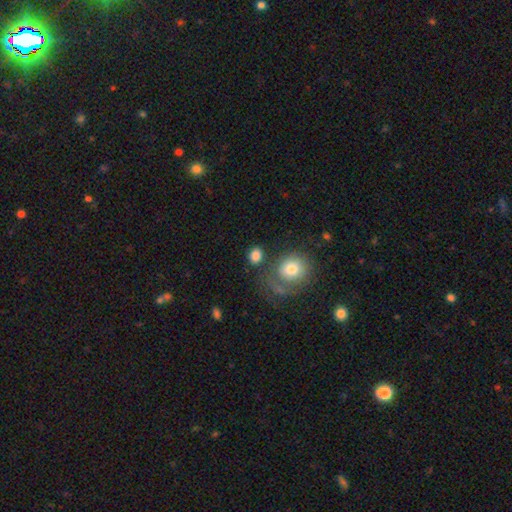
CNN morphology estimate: Q: Smooth or featured?
A: smooth (84%); runner-up: star or artifact (9%)
Q: How rounded?
A: round (56%); runner-up: in between (42%)
Q: Merging?
A: none (71%); runner-up: minor disturbance (12%)